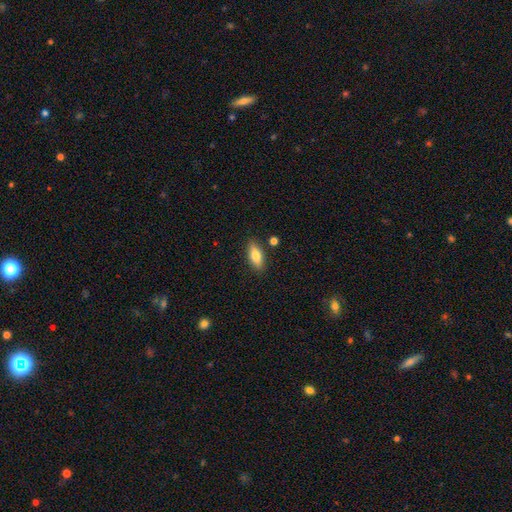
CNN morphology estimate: Smooth or featured? Predicted: smooth (p=0.75). How rounded? Predicted: in between (p=0.74). Merging? Predicted: none (p=0.84).